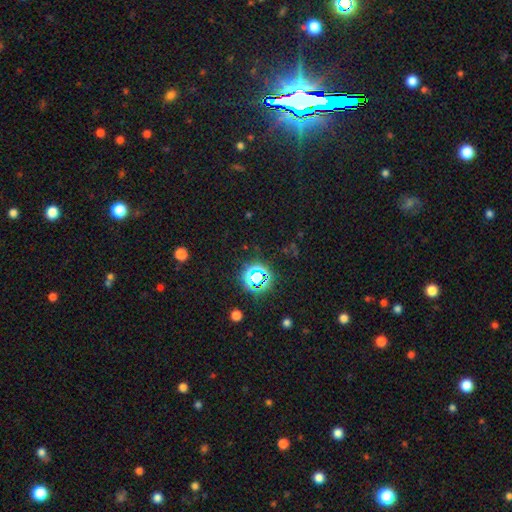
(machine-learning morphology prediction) star or artifact 74%, smooth 18%, featured or disk 7%.